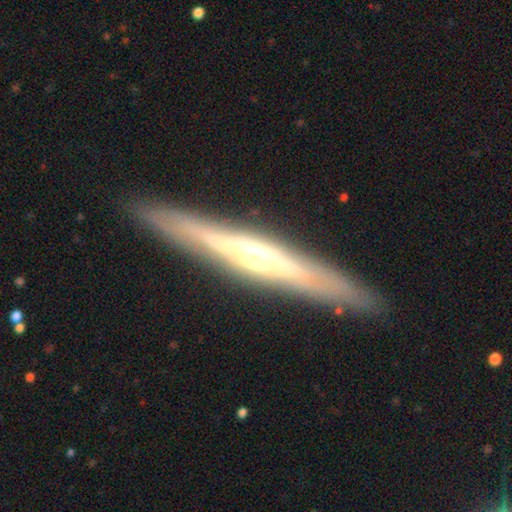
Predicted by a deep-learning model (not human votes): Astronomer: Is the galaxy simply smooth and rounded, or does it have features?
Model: featured or disk — 77%.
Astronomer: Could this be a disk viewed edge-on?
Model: yes — 92%.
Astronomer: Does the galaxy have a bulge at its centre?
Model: rounded — 84%.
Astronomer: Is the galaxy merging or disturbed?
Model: none — 89%.